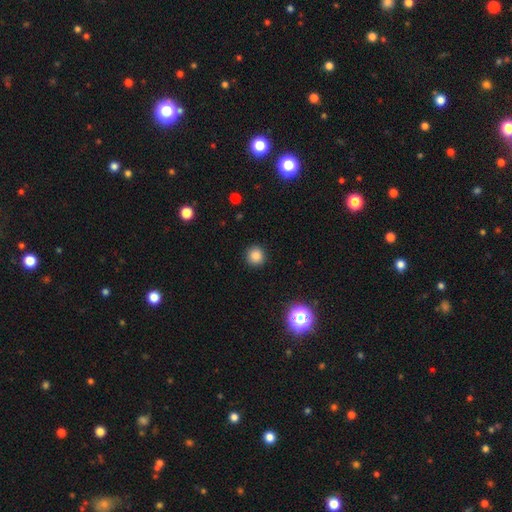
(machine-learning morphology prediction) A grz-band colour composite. It shows a smooth galaxy with no disk features (83%) that is round (93%). Merging: none (91%).